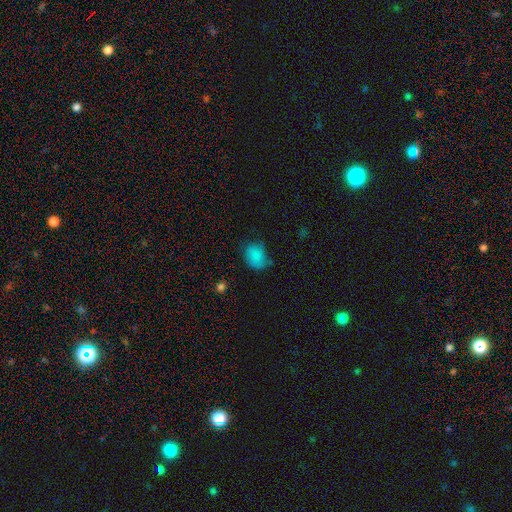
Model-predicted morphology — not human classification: Smooth or featured? smooth (81%)
How rounded? in between (51%)
Merging? none (54%)